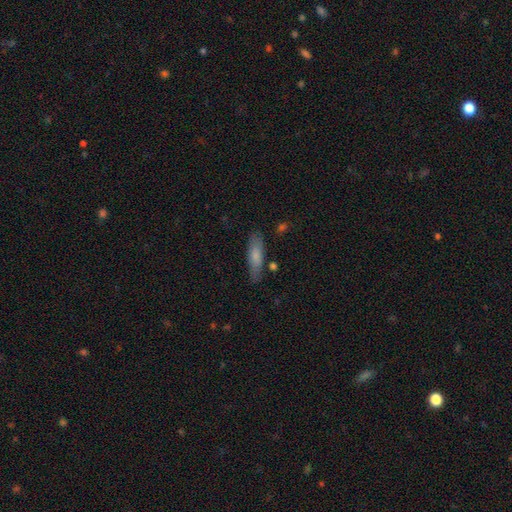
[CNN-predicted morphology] Overall: smooth (75%). How rounded: cigar-shaped (61%; in between 37%). Merging: none (77%).